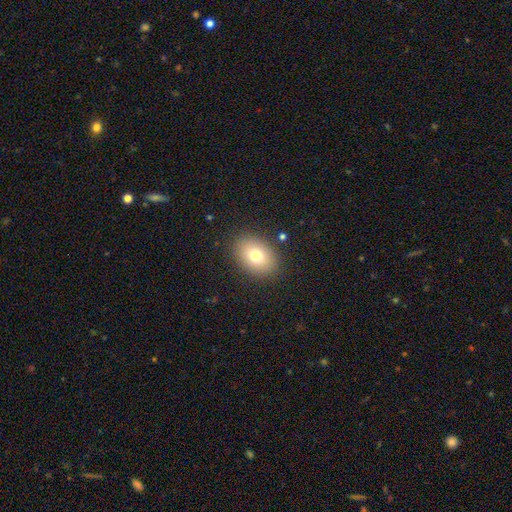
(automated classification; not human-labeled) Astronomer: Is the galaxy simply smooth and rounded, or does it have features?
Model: smooth — 76%.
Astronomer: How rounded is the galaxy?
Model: in between — 71%.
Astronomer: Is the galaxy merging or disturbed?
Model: none — 87%.